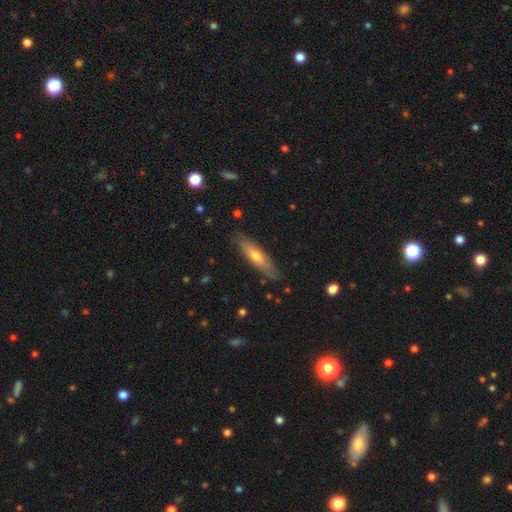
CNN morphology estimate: The model was most divided on "smooth or featured": smooth: 51%, featured or disk: 43%, star or artifact: 6%. More confident: merging — none (84%); how rounded — cigar-shaped (74%).